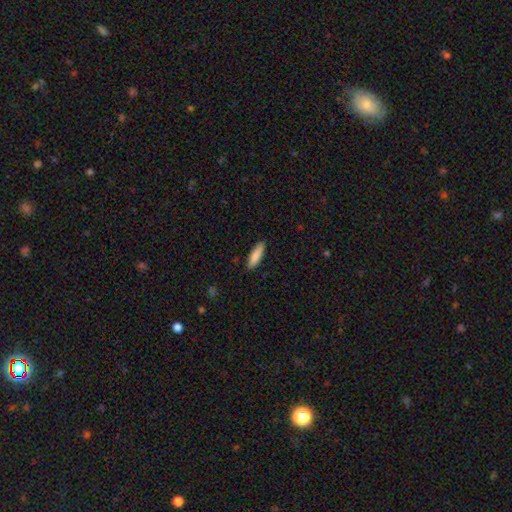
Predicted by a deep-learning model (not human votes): smooth 87%, featured or disk 7%, star or artifact 6%. Down the decision tree: how rounded — cigar-shaped (61%); merging — none (88%).